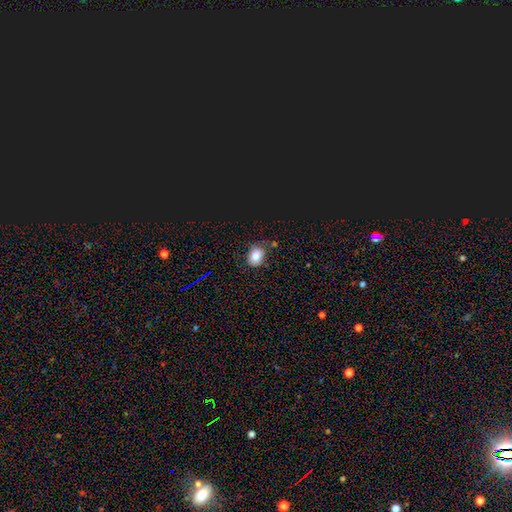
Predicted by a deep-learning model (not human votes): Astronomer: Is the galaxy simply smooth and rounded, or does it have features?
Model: smooth — 78%.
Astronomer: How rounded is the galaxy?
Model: in between — 52% (runner-up: round, 47%).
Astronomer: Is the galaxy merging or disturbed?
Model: none — 71%.